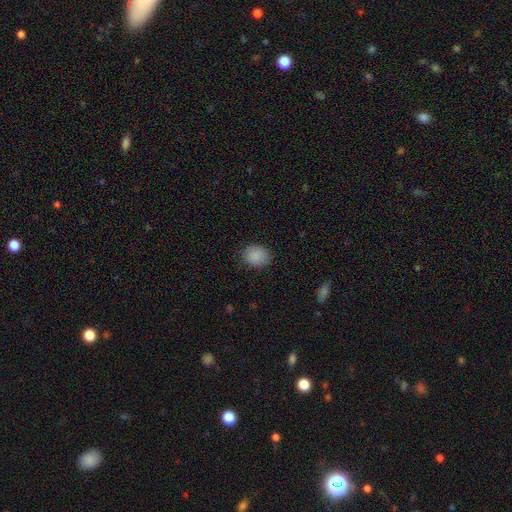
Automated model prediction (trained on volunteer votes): This is clearly a smooth galaxy (88%). How rounded: likely round (64%). Merging: clearly none (85%).